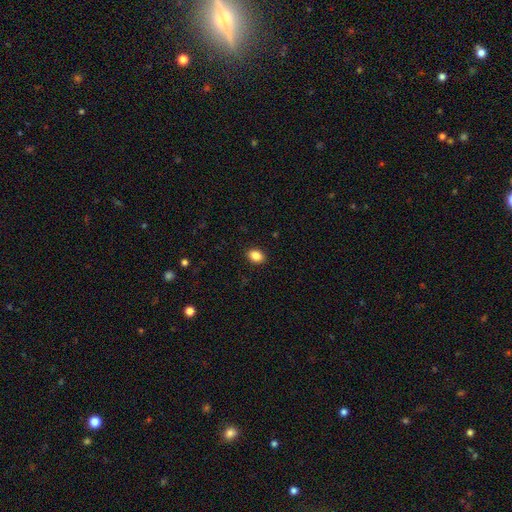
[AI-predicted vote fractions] Smooth or featured? smooth (87%)
How rounded? in between (69%)
Merging? none (90%)